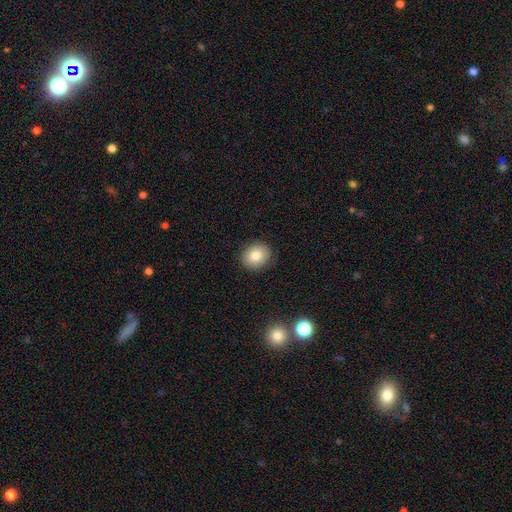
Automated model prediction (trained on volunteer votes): smooth 81%, featured or disk 10%, star or artifact 9%. Down the decision tree: how rounded — round (65%); merging — none (88%).